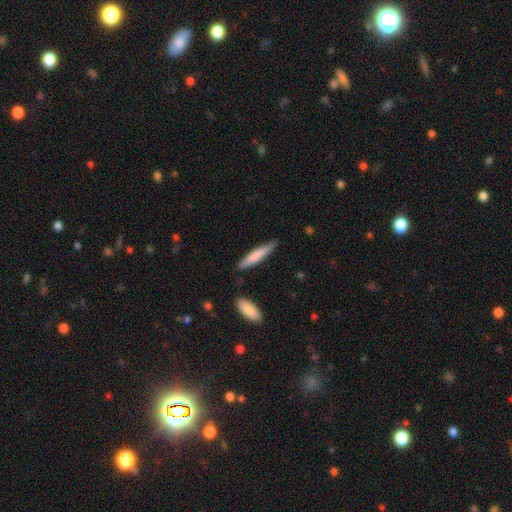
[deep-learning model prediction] A smooth galaxy with no disk features (73%) that is cigar-shaped (90%).

Vote fractions:
- Smooth or featured? smooth: 73% / featured or disk: 22% / star or artifact: 5%
- How rounded? cigar-shaped: 90% / in between: 9% / round: 1%
- Merging? none: 81% / minor disturbance: 14% / merger: 3% / major disturbance: 2%